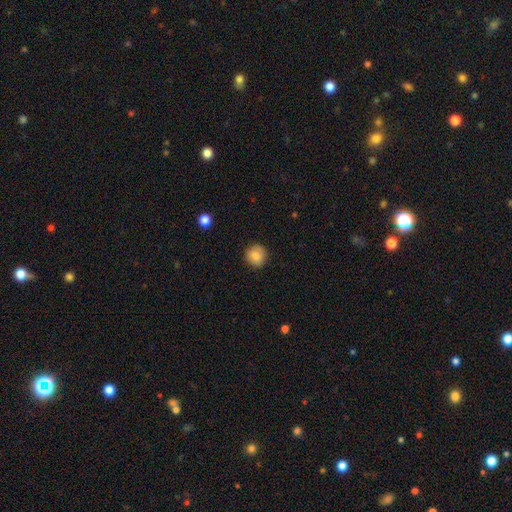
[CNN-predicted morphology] smooth_or_featured: smooth (p=0.85) [alt: star or artifact p=0.08]
how_rounded: round (p=0.91) [alt: in between p=0.08]
merging: none (p=0.88) [alt: minor disturbance p=0.09]